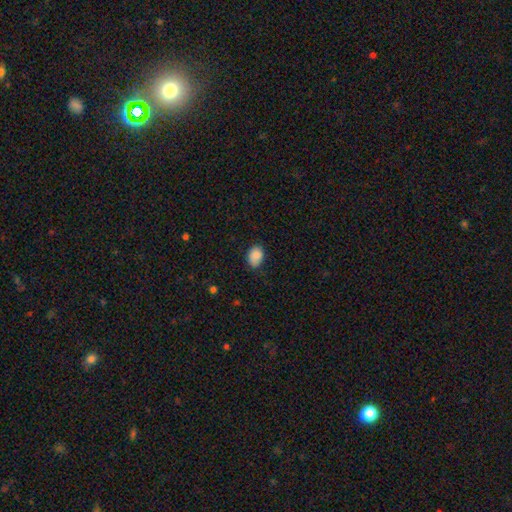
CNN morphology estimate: Smooth or featured: smooth — 87% (star or artifact — 8%)
How rounded: in between — 78% (round — 21%)
Merging: none — 74% (minor disturbance — 21%)